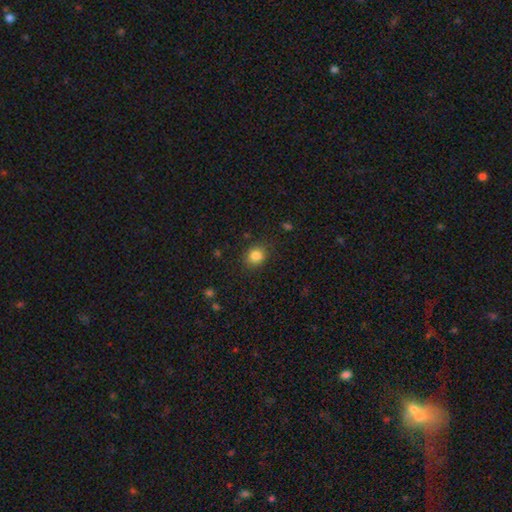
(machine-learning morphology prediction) Smooth or featured? smooth (84%)
How rounded? round (68%)
Merging? none (84%)